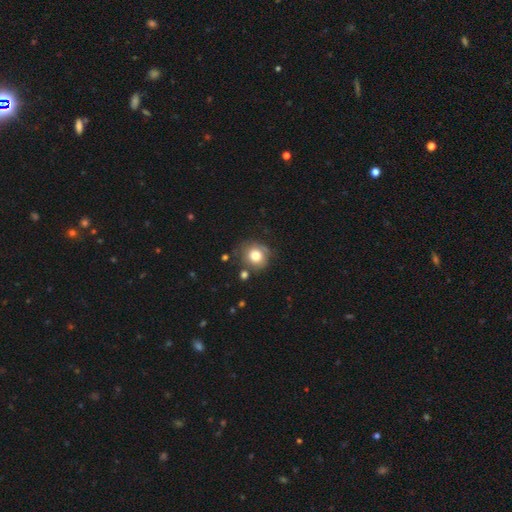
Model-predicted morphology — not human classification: Overall: smooth (76%). How rounded: round (84%). Merging: none (70%).